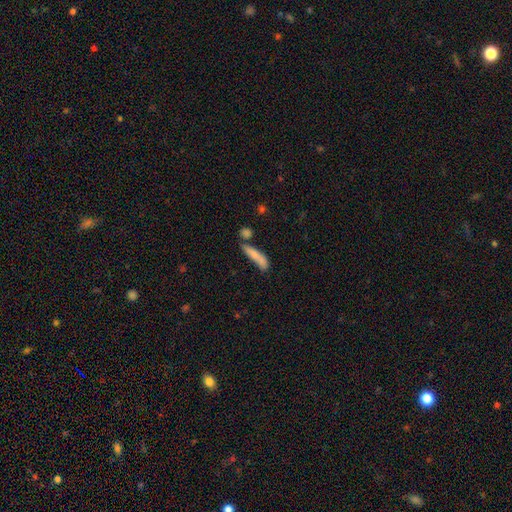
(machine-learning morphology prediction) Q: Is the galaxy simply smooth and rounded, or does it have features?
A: smooth — 75%.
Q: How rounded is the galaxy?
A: cigar-shaped — 80%.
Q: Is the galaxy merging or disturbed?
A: none — 51%.